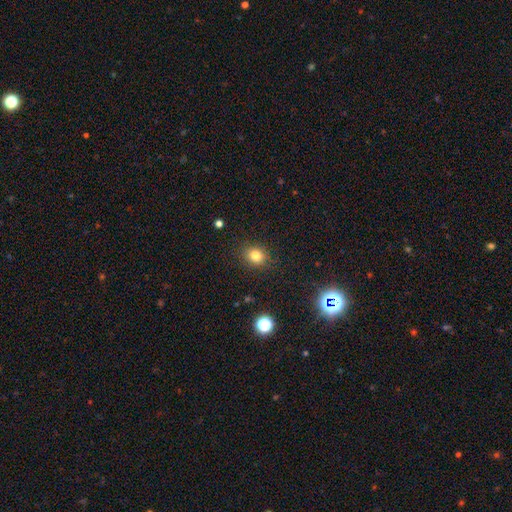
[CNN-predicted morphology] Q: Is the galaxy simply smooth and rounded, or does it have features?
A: smooth — 80%.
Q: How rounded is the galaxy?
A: round — 67%.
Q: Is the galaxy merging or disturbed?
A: none — 87%.